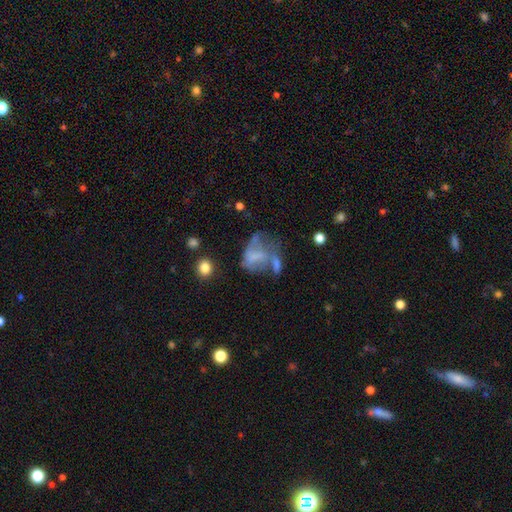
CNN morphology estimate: smooth-or-featured: featured or disk: 44% | smooth: 42% | star or artifact: 14%
  merging: major disturbance: 39% | merger: 22% | none: 22% | minor disturbance: 18%